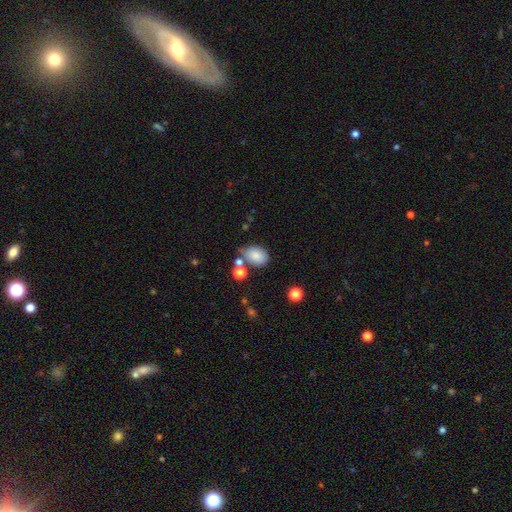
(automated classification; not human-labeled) Smooth or featured? smooth (82%)
How rounded? in between (77%)
Merging? none (61%)